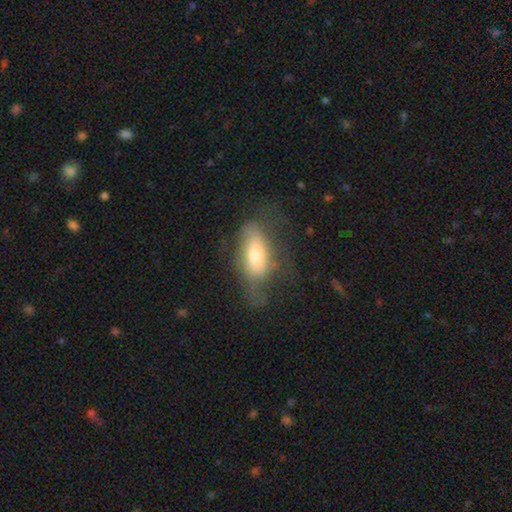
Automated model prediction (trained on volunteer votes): Smooth or featured?
  - smooth: 56% *
  - featured or disk: 36%
  - star or artifact: 8%
How rounded?
  - in between: 83% *
  - cigar-shaped: 12%
  - round: 5%
Merging?
  - none: 37% *
  - major disturbance: 33%
  - minor disturbance: 27%
  - merger: 2%